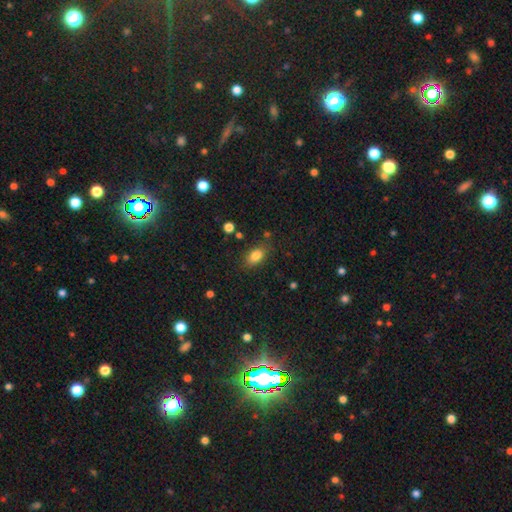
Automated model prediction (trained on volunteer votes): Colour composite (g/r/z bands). It shows a smooth galaxy with no disk features (83%) that is in between round and cigar-shaped (85%). Merging: none (80%).